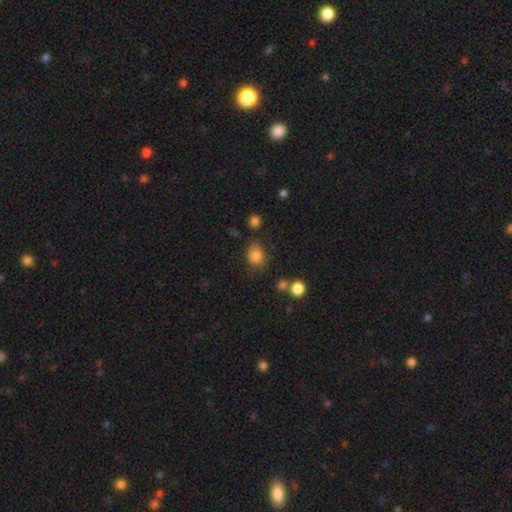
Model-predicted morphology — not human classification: Smooth or featured? smooth (83%)
How rounded? in between (53%)
Merging? none (69%)